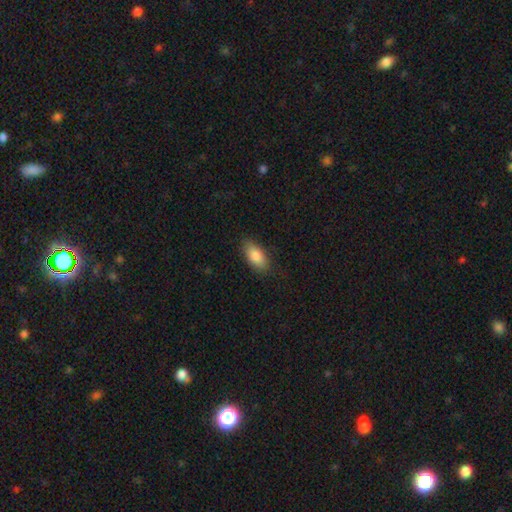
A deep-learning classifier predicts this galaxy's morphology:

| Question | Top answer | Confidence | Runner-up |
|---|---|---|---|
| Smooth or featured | smooth | 86% | featured or disk (7%) |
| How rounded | in between | 90% | cigar-shaped (8%) |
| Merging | none | 82% | minor disturbance (14%) |